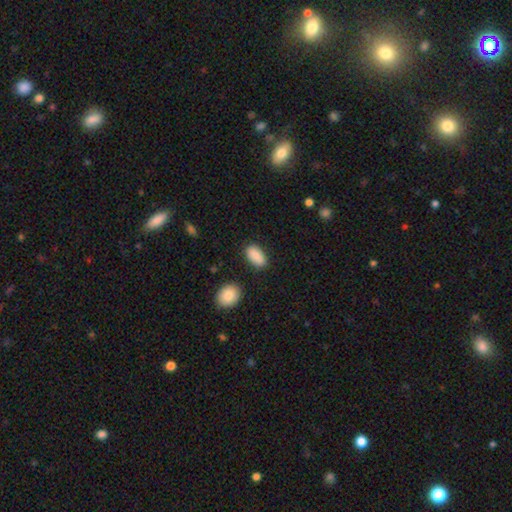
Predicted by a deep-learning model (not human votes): A smooth galaxy with no disk features (89%) that is in between round and cigar-shaped (92%). Merging: none (85%).